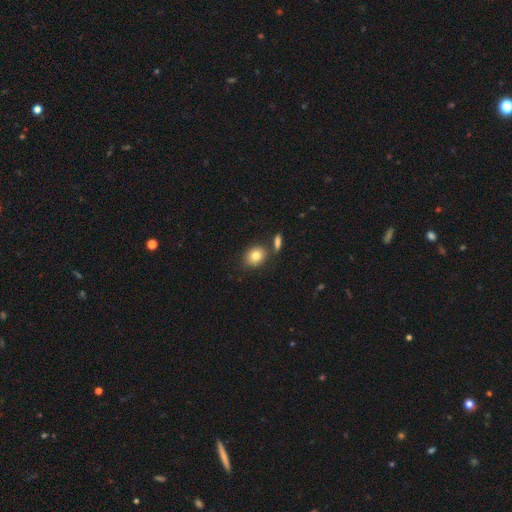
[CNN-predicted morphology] The model was most divided on "how rounded": round: 52%, in between: 47%, cigar-shaped: 1%. More confident: smooth or featured — smooth (81%); merging — none (73%).